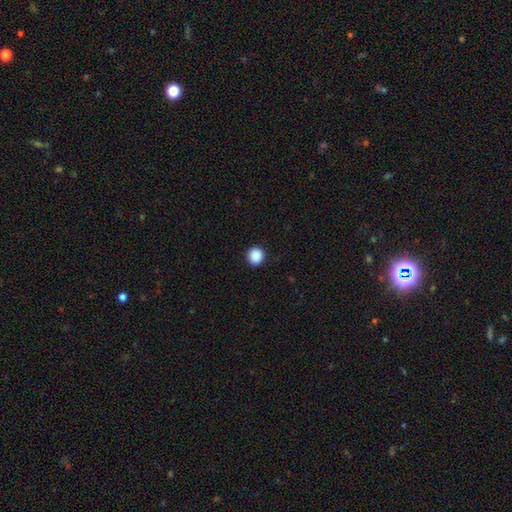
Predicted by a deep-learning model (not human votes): Smooth or featured? smooth (89%)
How rounded? round (93%)
Merging? none (92%)